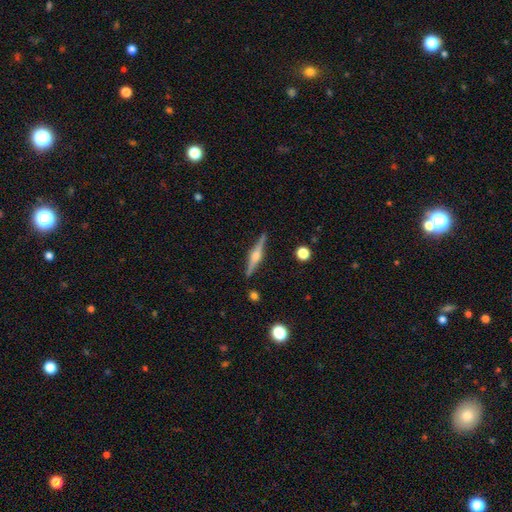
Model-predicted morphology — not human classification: smooth_or_featured: featured or disk (p=0.79) [alt: smooth p=0.15]
disk_edge_on: yes (p=0.98) [alt: no p=0.02]
edge_on_bulge: rounded (p=0.89) [alt: boxy p=0.09]
merging: none (p=0.90) [alt: minor disturbance p=0.07]